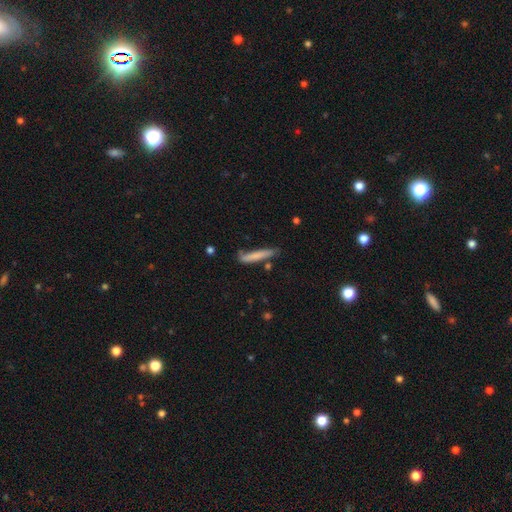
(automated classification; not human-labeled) Smooth or featured?
  - smooth: 74% *
  - featured or disk: 20%
  - star or artifact: 6%
How rounded?
  - cigar-shaped: 92% *
  - in between: 6%
  - round: 1%
Merging?
  - none: 69% *
  - minor disturbance: 21%
  - merger: 6%
  - major disturbance: 5%